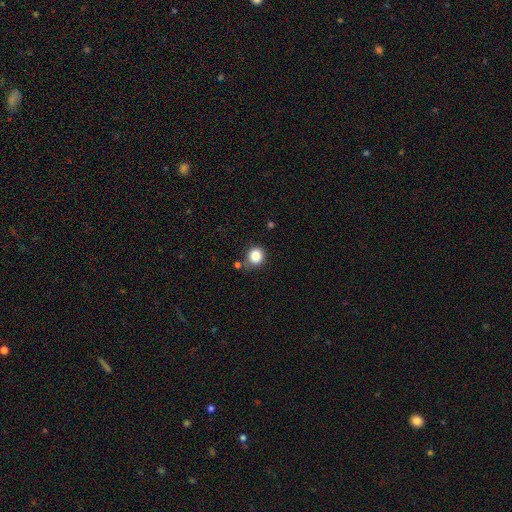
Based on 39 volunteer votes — Smooth or featured: smooth — 90% (star or artifact — 8%)
How rounded: round — 91% (in between — 9%)
Merging: none — 58% (minor disturbance — 28%)